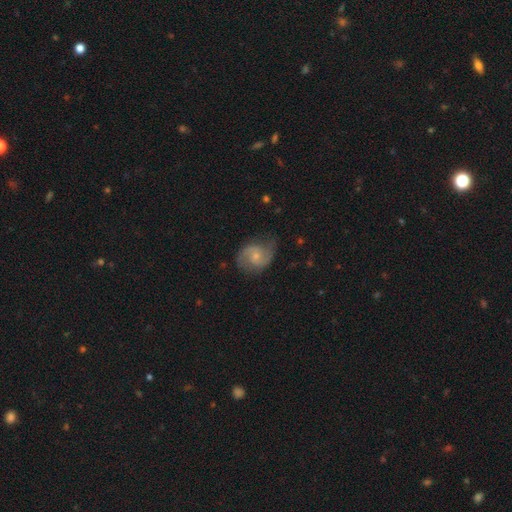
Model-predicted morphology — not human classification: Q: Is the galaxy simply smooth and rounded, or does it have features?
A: featured or disk — 73%.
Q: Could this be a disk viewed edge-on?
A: no — 98%.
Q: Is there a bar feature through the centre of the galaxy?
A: no — 62%.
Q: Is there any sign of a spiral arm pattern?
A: yes — 94%.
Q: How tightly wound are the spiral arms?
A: medium — 49%.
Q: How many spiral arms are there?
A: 2 — 88%.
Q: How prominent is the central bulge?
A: small — 60%.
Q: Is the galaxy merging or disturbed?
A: none — 66%.